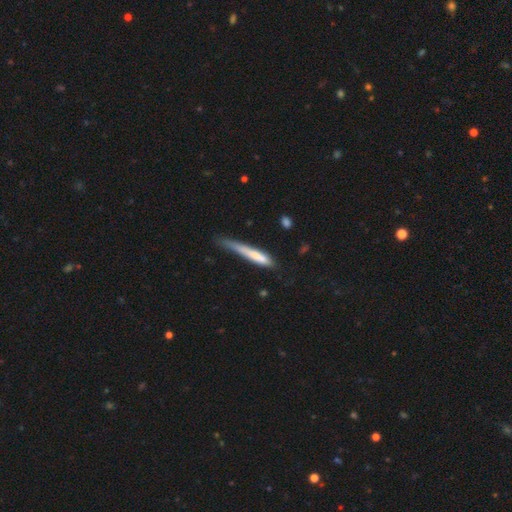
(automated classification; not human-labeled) smooth_or_featured: smooth (p=0.68) [alt: featured or disk p=0.26]
how_rounded: cigar-shaped (p=0.94) [alt: in between p=0.05]
merging: none (p=0.48) [alt: minor disturbance p=0.33]